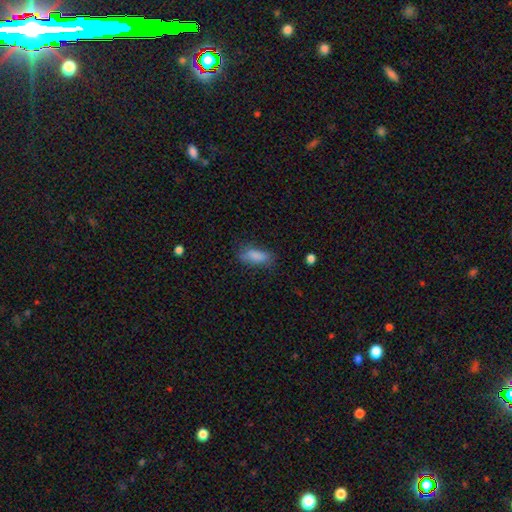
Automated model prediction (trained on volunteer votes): Q: Smooth or featured?
A: smooth (83%); runner-up: featured or disk (9%)
Q: How rounded?
A: in between (75%); runner-up: cigar-shaped (22%)
Q: Merging?
A: none (68%); runner-up: minor disturbance (22%)